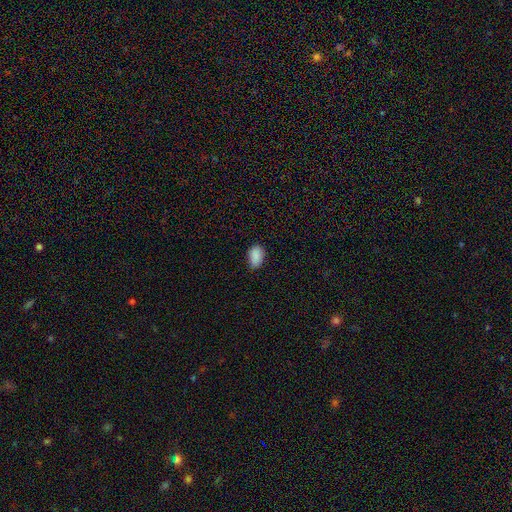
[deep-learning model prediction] Smooth or featured? Predicted: smooth (p=0.88). How rounded? Predicted: in between (p=0.88). Merging? Predicted: none (p=0.69).